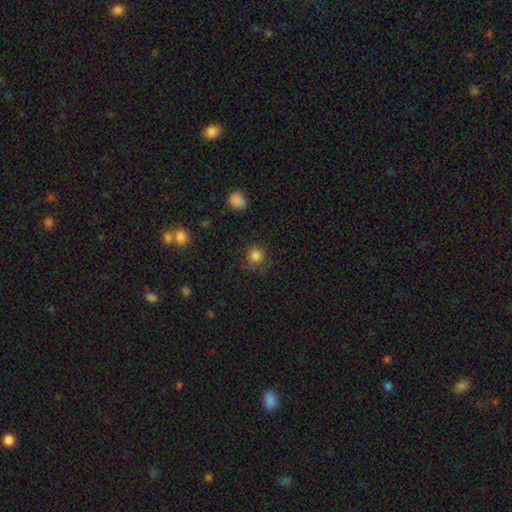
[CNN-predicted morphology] Q: Smooth or featured?
A: smooth (81%); runner-up: star or artifact (13%)
Q: How rounded?
A: round (89%); runner-up: in between (11%)
Q: Merging?
A: none (72%); runner-up: minor disturbance (18%)